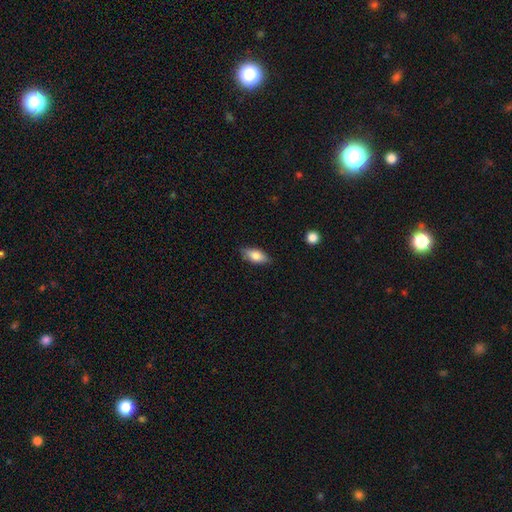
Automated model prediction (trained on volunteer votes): Overall: smooth (76%). How rounded: in between (83%). Merging: none (81%).